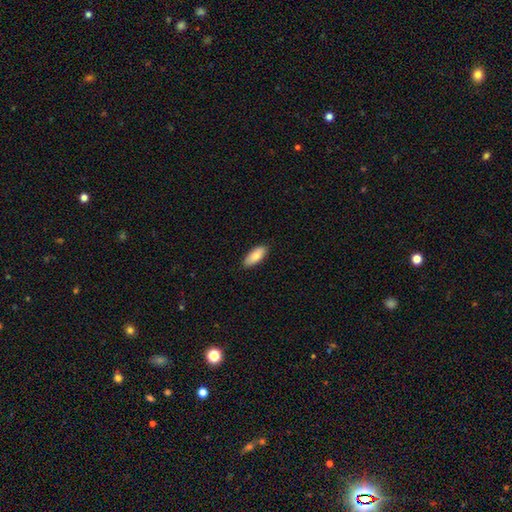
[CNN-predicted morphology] smooth_or_featured: smooth (p=0.85) [alt: featured or disk p=0.10]
how_rounded: in between (p=0.86) [alt: cigar-shaped p=0.12]
merging: none (p=0.88) [alt: minor disturbance p=0.10]